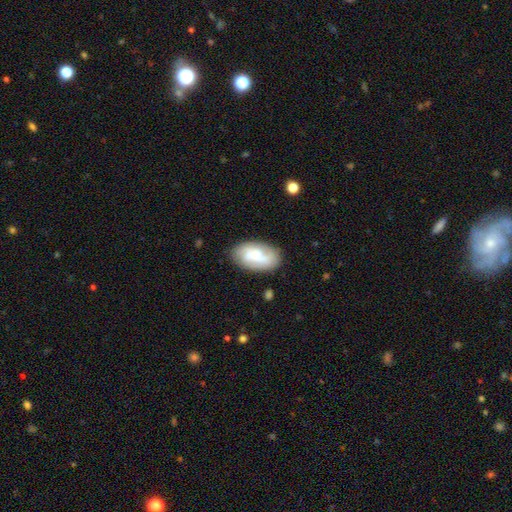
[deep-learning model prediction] smooth 50%, featured or disk 43%, star or artifact 7%. Down the decision tree: how rounded — in between (93%); merging — none (75%).